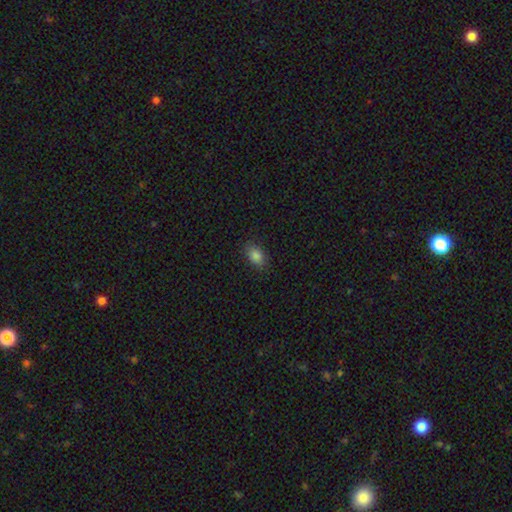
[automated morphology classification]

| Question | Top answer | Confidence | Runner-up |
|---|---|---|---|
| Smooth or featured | smooth | 86% | star or artifact (10%) |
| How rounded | in between | 85% | round (13%) |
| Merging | none | 86% | minor disturbance (11%) |